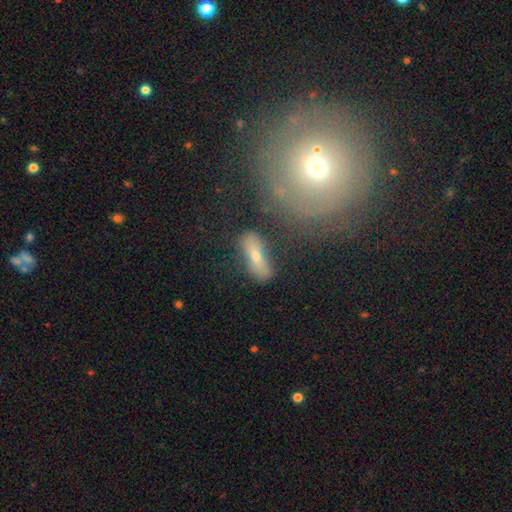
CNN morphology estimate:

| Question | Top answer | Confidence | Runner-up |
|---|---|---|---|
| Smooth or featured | smooth | 55% | featured or disk (32%) |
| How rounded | in between | 53% | cigar-shaped (40%) |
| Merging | none | 67% | minor disturbance (17%) |